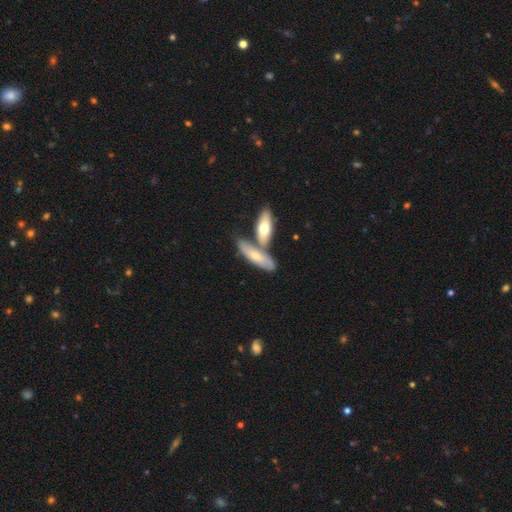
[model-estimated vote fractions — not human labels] Smooth or featured? Predicted: smooth (p=0.56). How rounded? Predicted: cigar-shaped (p=0.57). Merging? Predicted: none (p=0.48).